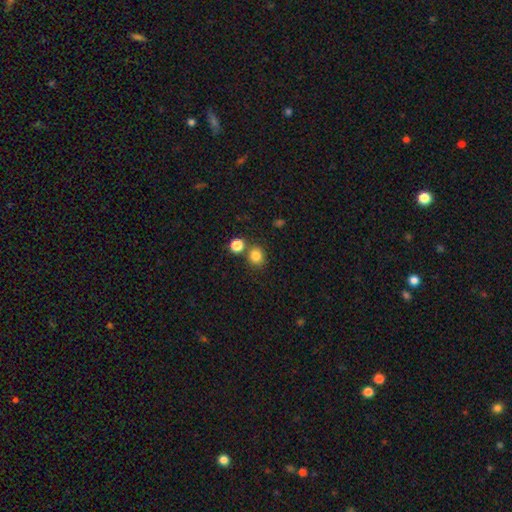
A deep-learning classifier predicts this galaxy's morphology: Smooth or featured: smooth — 82% (star or artifact — 13%)
How rounded: round — 81% (in between — 18%)
Merging: none — 73% (merger — 15%)